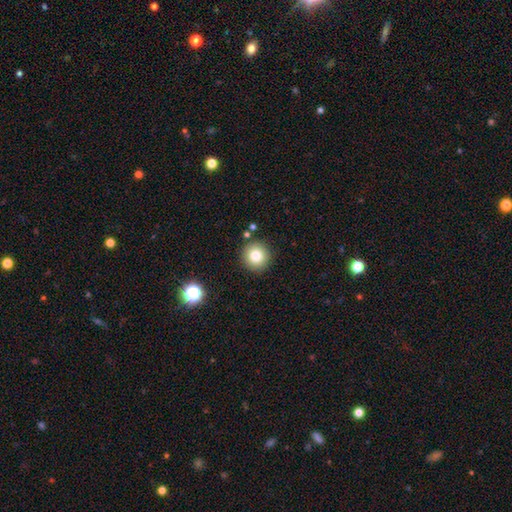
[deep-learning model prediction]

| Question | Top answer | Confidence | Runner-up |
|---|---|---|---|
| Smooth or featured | smooth | 80% | star or artifact (11%) |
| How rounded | round | 94% | in between (5%) |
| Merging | none | 88% | minor disturbance (7%) |